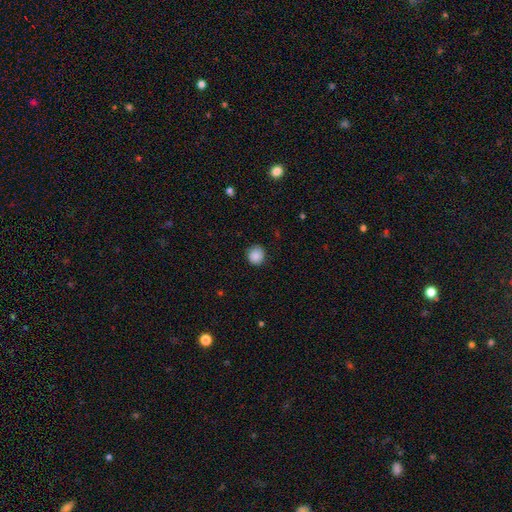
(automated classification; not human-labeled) Smooth or featured: smooth — 88% (star or artifact — 9%)
How rounded: round — 89% (in between — 10%)
Merging: none — 87% (minor disturbance — 10%)